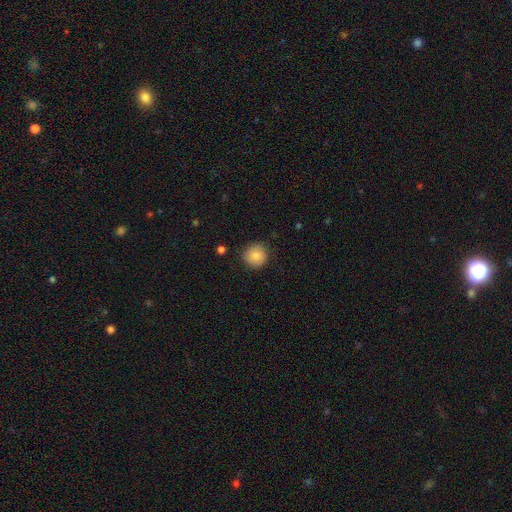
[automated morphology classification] Smooth or featured: smooth — 86% (star or artifact — 8%)
How rounded: round — 93% (in between — 6%)
Merging: none — 86% (minor disturbance — 11%)